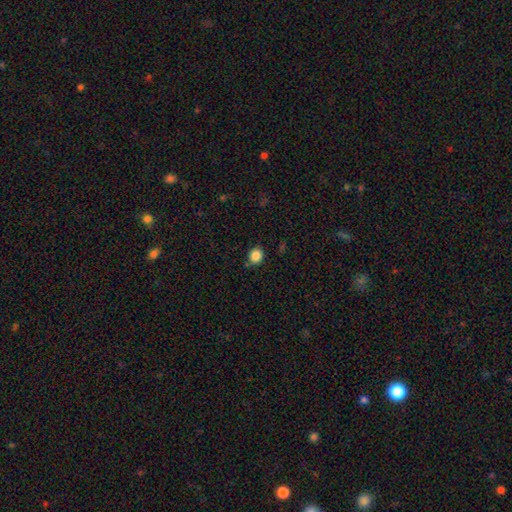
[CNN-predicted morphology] type=smooth (86%); roundness=round (82%); merging=none (80%).